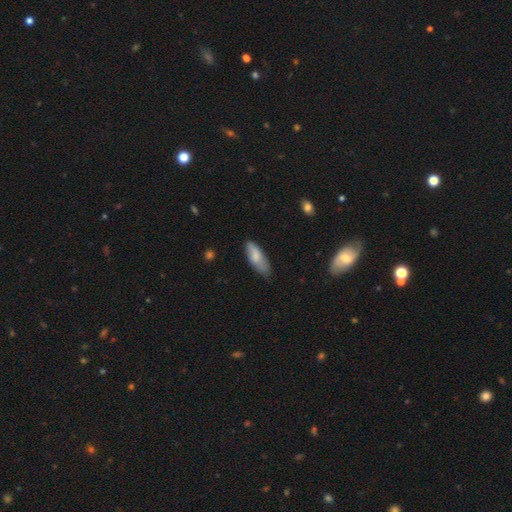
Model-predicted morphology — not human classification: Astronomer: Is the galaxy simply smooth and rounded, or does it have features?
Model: smooth — 79%.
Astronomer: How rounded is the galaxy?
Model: in between — 68%.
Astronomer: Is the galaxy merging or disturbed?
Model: none — 64%.